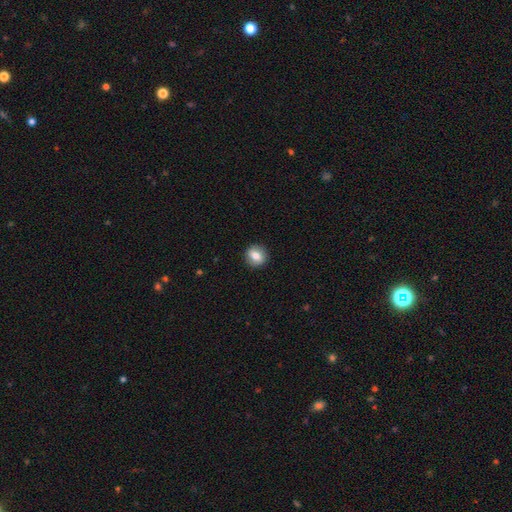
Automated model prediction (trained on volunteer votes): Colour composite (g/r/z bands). It shows a smooth galaxy with no disk features (72%) that is round (80%). Merging: none (89%).